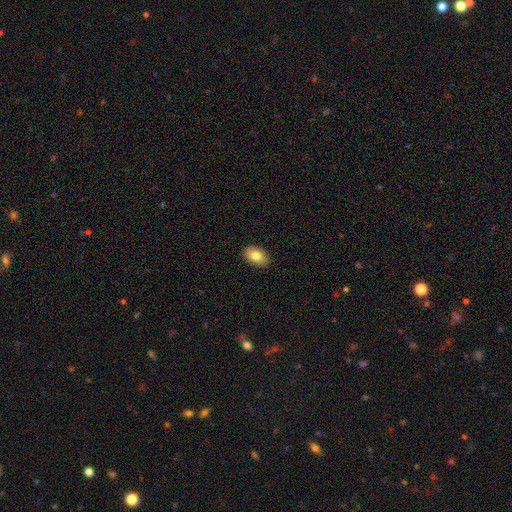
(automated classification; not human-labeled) smooth_or_featured: smooth (p=0.82) [alt: featured or disk p=0.11]
how_rounded: in between (p=0.89) [alt: round p=0.10]
merging: none (p=0.89) [alt: minor disturbance p=0.08]